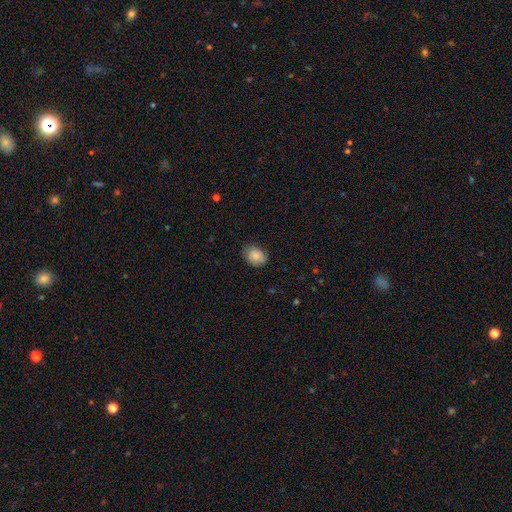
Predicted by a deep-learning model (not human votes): Smooth or featured? smooth (82%)
How rounded? in between (60%)
Merging? none (74%)